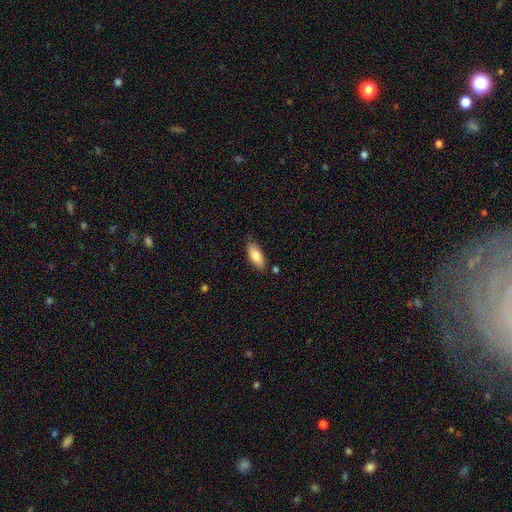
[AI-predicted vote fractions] Overall: smooth (81%). How rounded: in between (82%). Merging: none (81%).